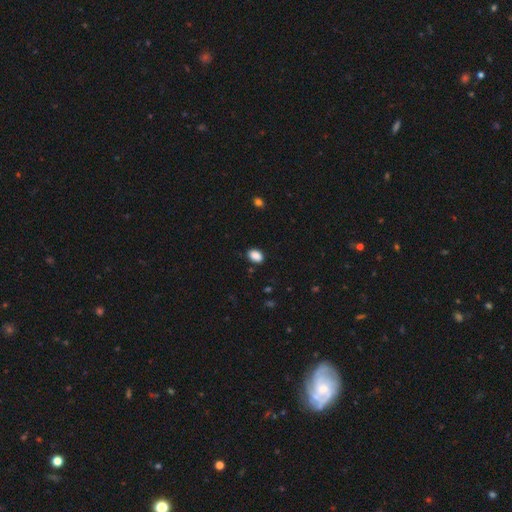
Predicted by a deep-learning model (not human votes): smooth-or-featured: smooth: 88% | star or artifact: 9% | featured or disk: 3%
  how-rounded: in between: 81% | round: 18% | cigar-shaped: 1%
  merging: none: 85% | minor disturbance: 11% | major disturbance: 2% | merger: 1%